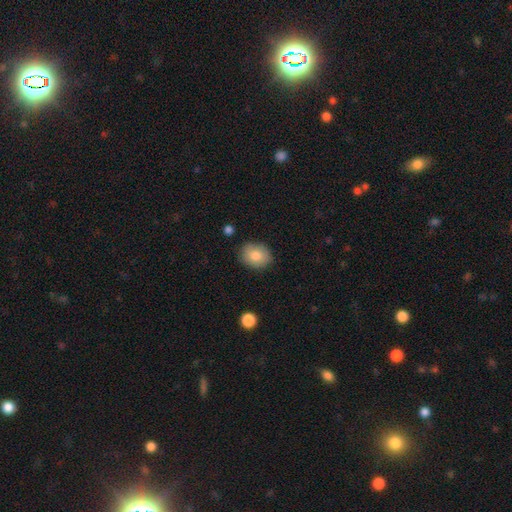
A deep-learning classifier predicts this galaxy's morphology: Q: Smooth or featured?
A: smooth (82%); runner-up: featured or disk (10%)
Q: How rounded?
A: in between (52%); runner-up: round (47%)
Q: Merging?
A: none (84%); runner-up: minor disturbance (12%)